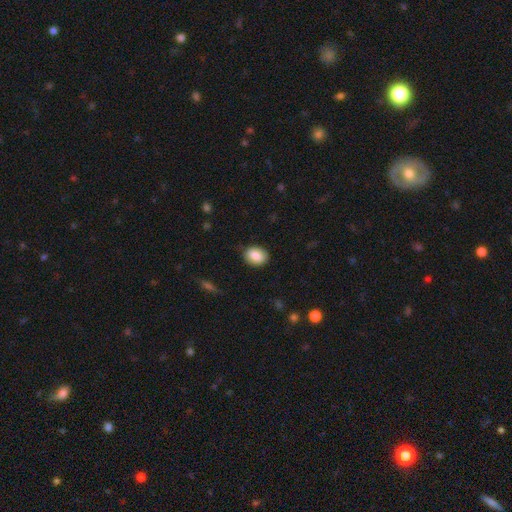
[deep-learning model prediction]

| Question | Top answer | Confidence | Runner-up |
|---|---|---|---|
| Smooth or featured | smooth | 86% | star or artifact (7%) |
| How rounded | in between | 62% | round (37%) |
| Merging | none | 84% | minor disturbance (12%) |